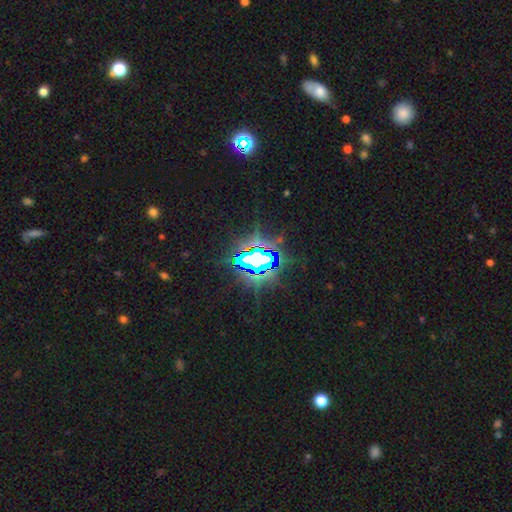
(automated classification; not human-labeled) A star or artifact, not a galaxy (77%).

Vote fractions:
- Smooth or featured? star or artifact: 77% / featured or disk: 12% / smooth: 11%